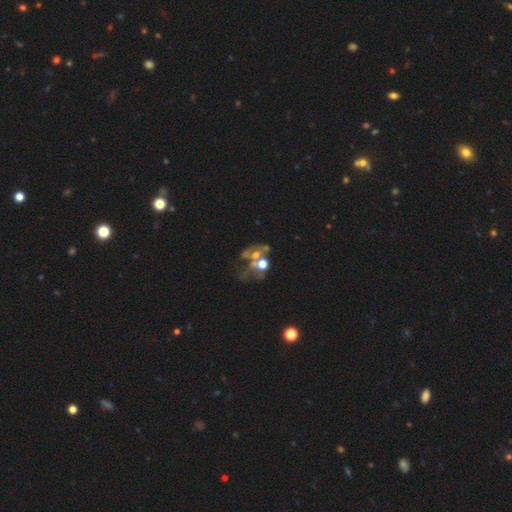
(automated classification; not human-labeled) Smooth or featured? Predicted: featured or disk (p=0.50). Edge-on disk? Predicted: no (p=0.96). Merging? Predicted: merger (p=0.39).